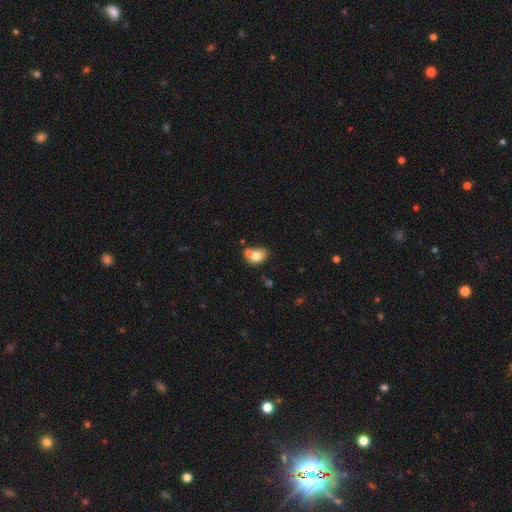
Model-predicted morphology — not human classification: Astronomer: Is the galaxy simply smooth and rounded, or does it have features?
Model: smooth — 73%.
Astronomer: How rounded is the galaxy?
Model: in between — 61% (runner-up: round, 38%).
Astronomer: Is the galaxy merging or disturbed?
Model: merger — 45% (runner-up: none, 33%).